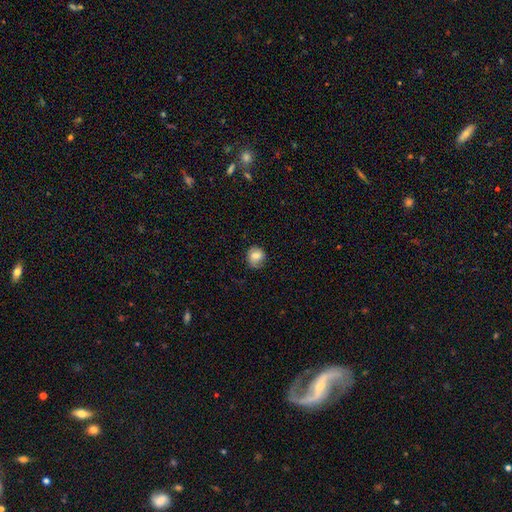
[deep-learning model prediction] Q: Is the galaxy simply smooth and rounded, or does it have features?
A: smooth — 75%.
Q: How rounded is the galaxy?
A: round — 78%.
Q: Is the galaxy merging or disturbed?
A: none — 73%.